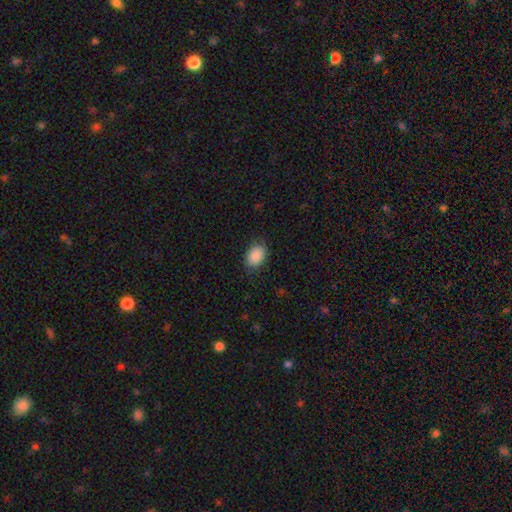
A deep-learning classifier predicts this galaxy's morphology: The model was most divided on "how rounded": in between: 81%, round: 18%, cigar-shaped: 1%. More confident: smooth or featured — smooth (90%); merging — none (81%).